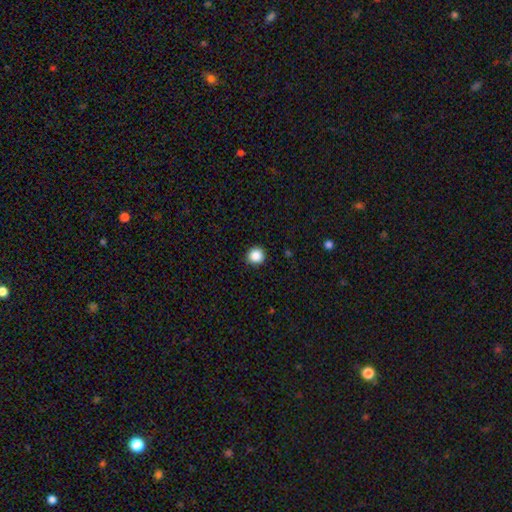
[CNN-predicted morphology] Smooth or featured?
  - smooth: 88% *
  - star or artifact: 10%
  - featured or disk: 3%
How rounded?
  - round: 95% *
  - in between: 4%
  - cigar-shaped: 1%
Merging?
  - none: 91% *
  - minor disturbance: 6%
  - major disturbance: 2%
  - merger: 1%